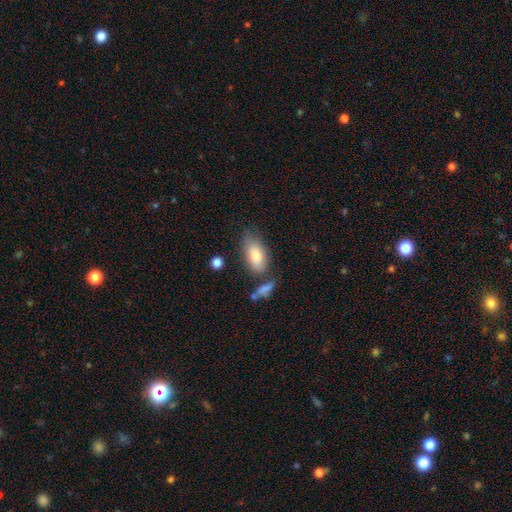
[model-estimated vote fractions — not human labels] Smooth or featured? Predicted: smooth (p=0.81). How rounded? Predicted: in between (p=0.92). Merging? Predicted: none (p=0.59).